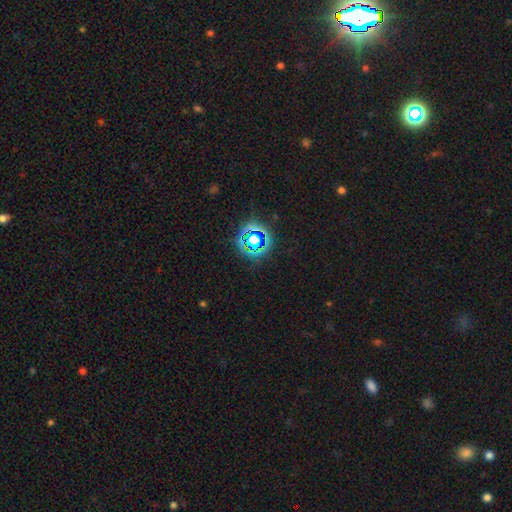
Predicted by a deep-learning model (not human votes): The model was most divided on "smooth or featured": star or artifact: 77%, smooth: 16%, featured or disk: 7%.